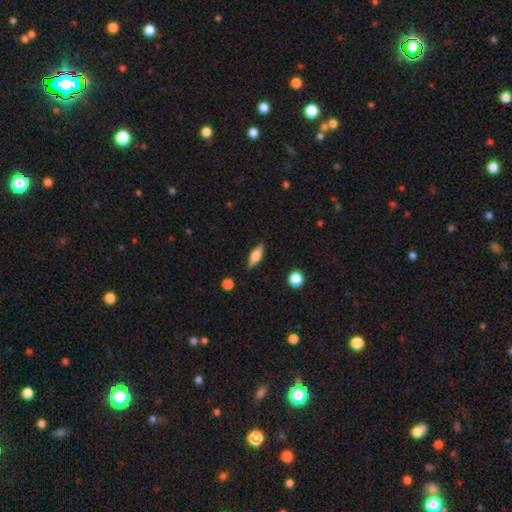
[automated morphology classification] type=smooth (58%); roundness=in between (61%); merging=none (86%).